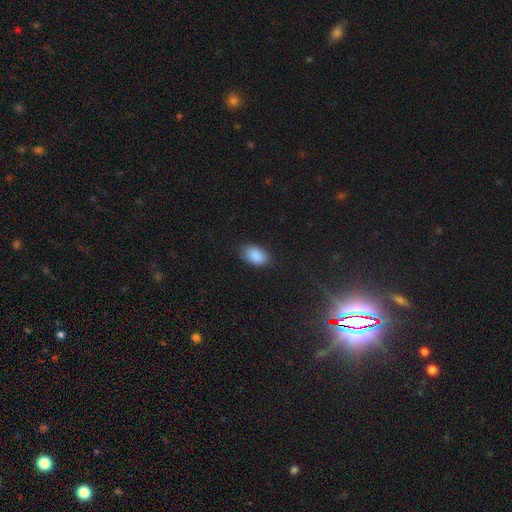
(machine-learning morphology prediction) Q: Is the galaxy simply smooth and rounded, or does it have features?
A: smooth — 89%.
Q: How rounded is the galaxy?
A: in between — 90%.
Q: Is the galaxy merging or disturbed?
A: none — 83%.